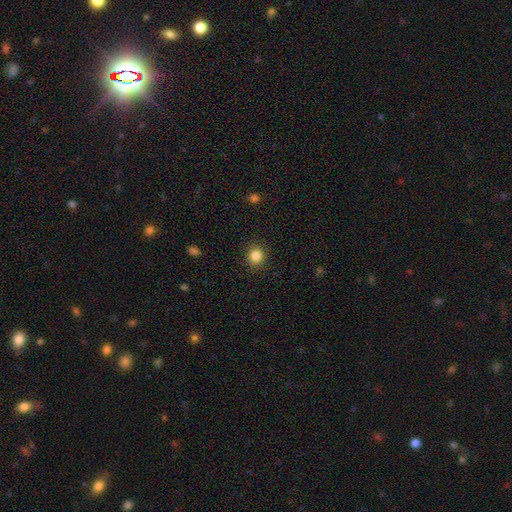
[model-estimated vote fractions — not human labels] A smooth galaxy with no disk features (84%) that is round (82%). Merging: none (90%).